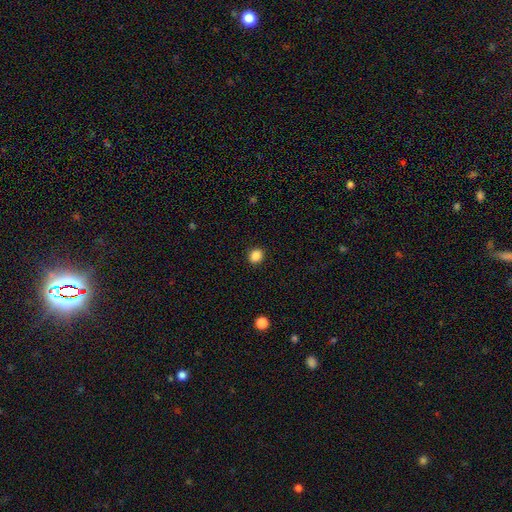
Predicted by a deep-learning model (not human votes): Smooth or featured? Predicted: smooth (p=0.87). How rounded? Predicted: round (p=0.75). Merging? Predicted: none (p=0.91).